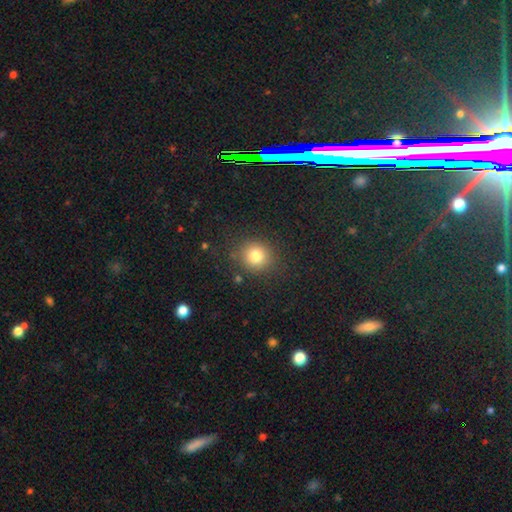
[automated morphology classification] A smooth galaxy with no disk features (81%) that is round (87%). Merging: none (86%).